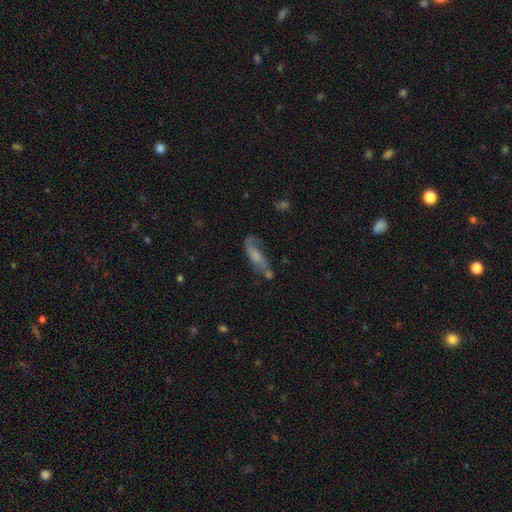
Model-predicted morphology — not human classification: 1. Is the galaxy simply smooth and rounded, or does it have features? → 47% featured or disk, 44% smooth, 9% star or artifact.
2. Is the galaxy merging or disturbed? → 45% none, 26% minor disturbance, 17% major disturbance, 13% merger.